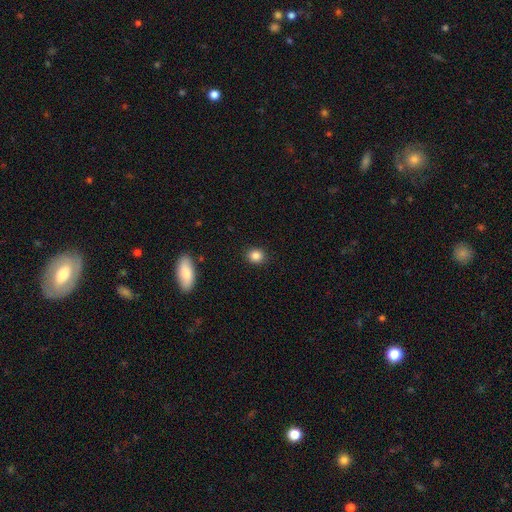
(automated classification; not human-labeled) Morphology: type=smooth (85%); roundness=round (77%); merging=none (90%).